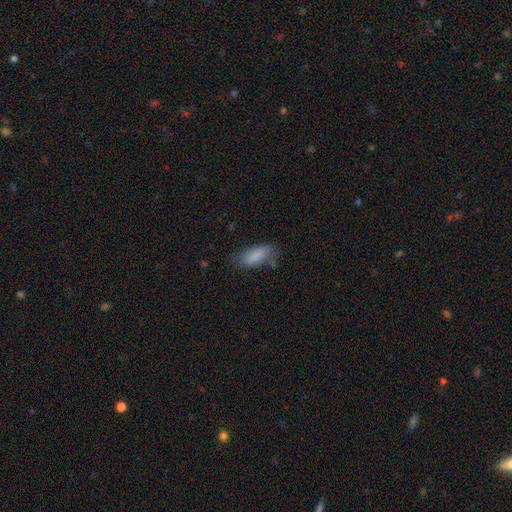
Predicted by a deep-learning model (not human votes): Overall: smooth (82%). How rounded: in between (84%). Merging: none (60%; minor disturbance 28%).